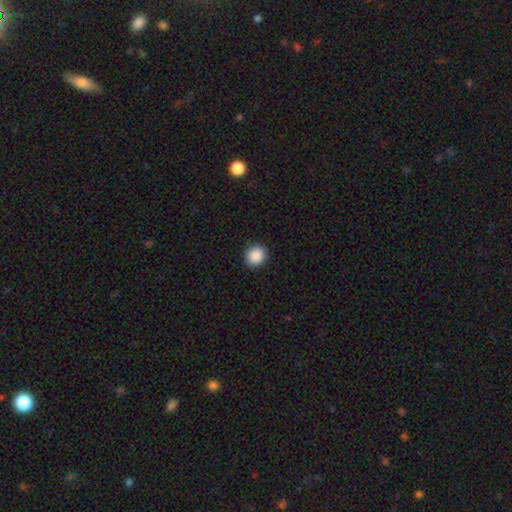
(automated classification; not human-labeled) A smooth galaxy with no disk features (89%) that is round (89%).

Vote fractions:
- Smooth or featured? smooth: 89% / star or artifact: 9% / featured or disk: 3%
- How rounded? round: 89% / in between: 10% / cigar-shaped: 1%
- Merging? none: 91% / minor disturbance: 6% / major disturbance: 2% / merger: 1%